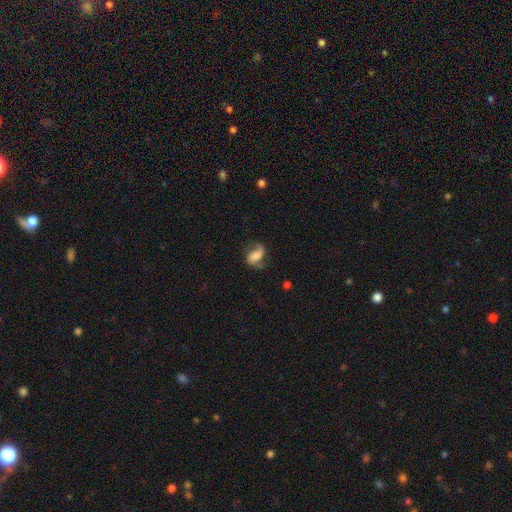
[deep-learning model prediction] Q: Smooth or featured?
A: featured or disk (65%); runner-up: smooth (27%)
Q: Edge-on disk?
A: no (97%); runner-up: yes (3%)
Q: Bar?
A: no (46%); runner-up: weak (36%)
Q: Spiral arms?
A: yes (92%); runner-up: no (8%)
Q: Spiral winding?
A: loose (54%); runner-up: medium (35%)
Q: Spiral arm count?
A: 2 (78%); runner-up: 1 (15%)
Q: Bulge size?
A: moderate (35%); runner-up: small (27%)
Q: Merging?
A: none (61%); runner-up: minor disturbance (22%)